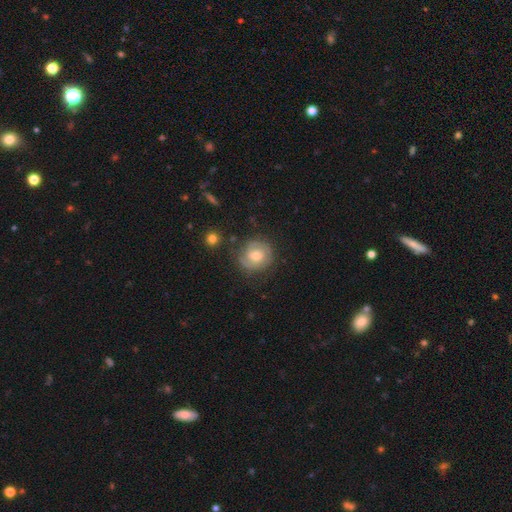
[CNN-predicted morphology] The model was most divided on "smooth or featured": featured or disk: 58%, smooth: 34%, star or artifact: 8%. More confident: edge-on disk — no (97%); spiral arms — yes (82%); merging — none (74%); bulge size — moderate (70%); bar — no (65%).